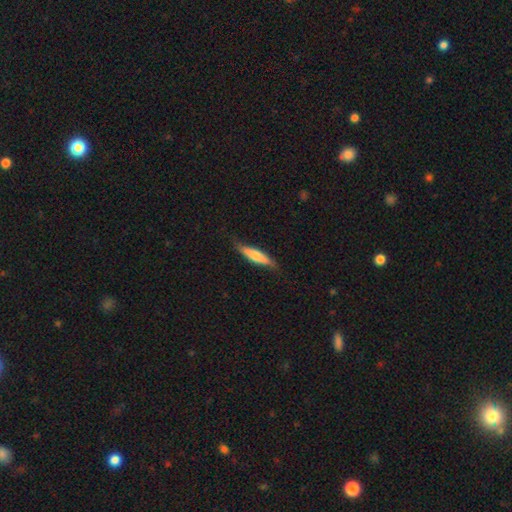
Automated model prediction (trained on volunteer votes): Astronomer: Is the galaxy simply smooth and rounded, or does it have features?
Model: smooth — 63%.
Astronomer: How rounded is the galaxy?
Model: cigar-shaped — 72%.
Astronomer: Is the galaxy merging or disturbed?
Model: none — 75%.